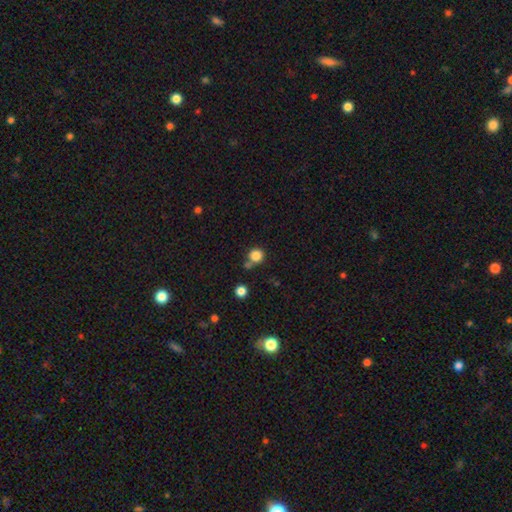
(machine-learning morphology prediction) This appears to be a smooth galaxy with no disk features (84%) that is round (92%). Merging: none (68%).